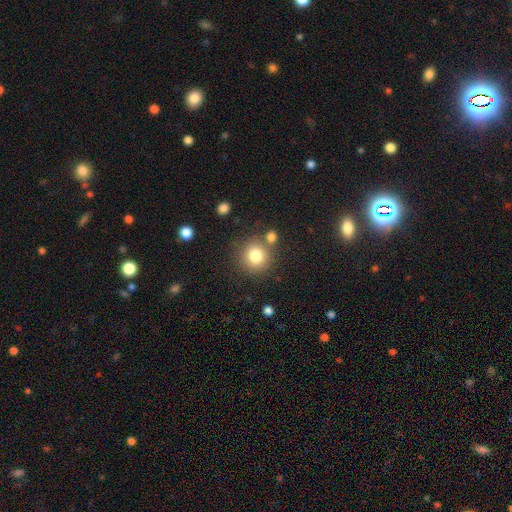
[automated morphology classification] A smooth galaxy with no disk features (80%) that is round (92%).

Vote fractions:
- Smooth or featured? smooth: 80% / star or artifact: 11% / featured or disk: 9%
- How rounded? round: 92% / in between: 7% / cigar-shaped: 1%
- Merging? none: 75% / merger: 13% / minor disturbance: 9% / major disturbance: 3%